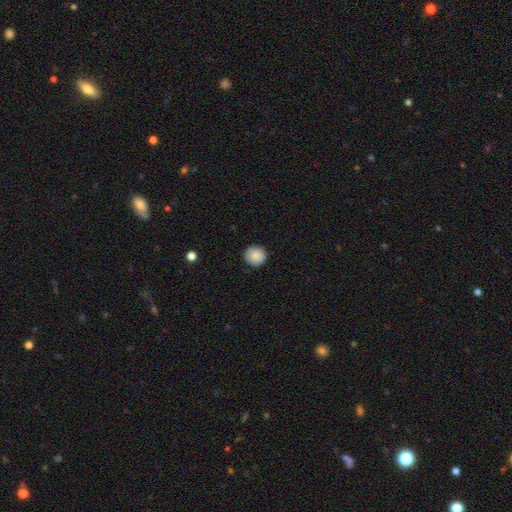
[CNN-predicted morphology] This is clearly a smooth galaxy (87%). How rounded: clearly round (93%). Merging: clearly none (90%).